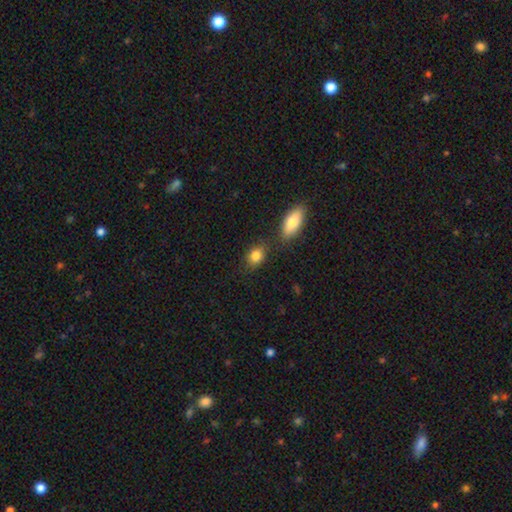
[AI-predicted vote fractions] A smooth galaxy with no disk features (84%) that is in between round and cigar-shaped (59%). Merging: none (72%).